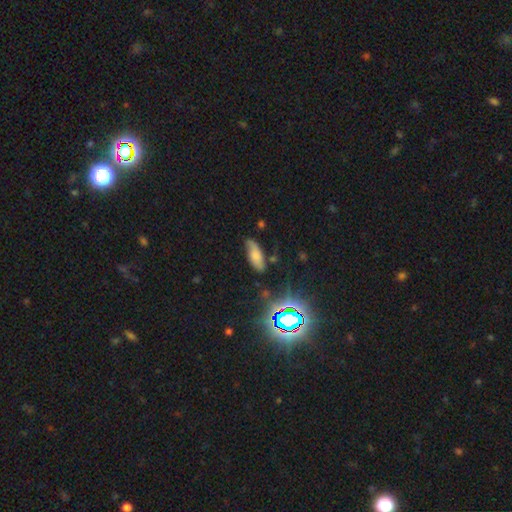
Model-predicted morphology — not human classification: Smooth or featured: smooth — 57% (featured or disk — 25%)
How rounded: in between — 76% (cigar-shaped — 21%)
Merging: none — 66% (minor disturbance — 24%)